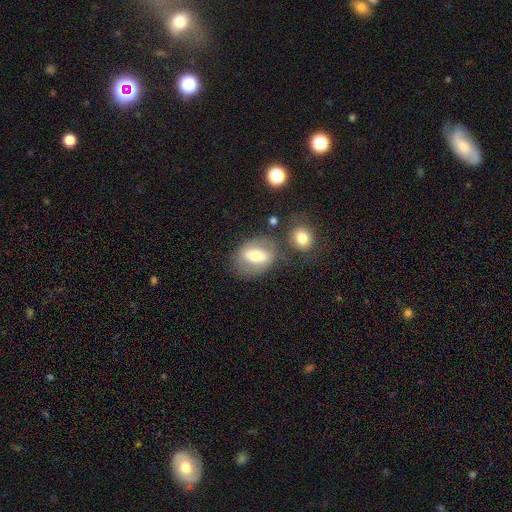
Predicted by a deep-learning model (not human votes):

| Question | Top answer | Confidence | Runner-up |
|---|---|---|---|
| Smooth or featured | smooth | 53% | featured or disk (39%) |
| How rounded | in between | 64% | round (33%) |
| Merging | none | 67% | minor disturbance (14%) |